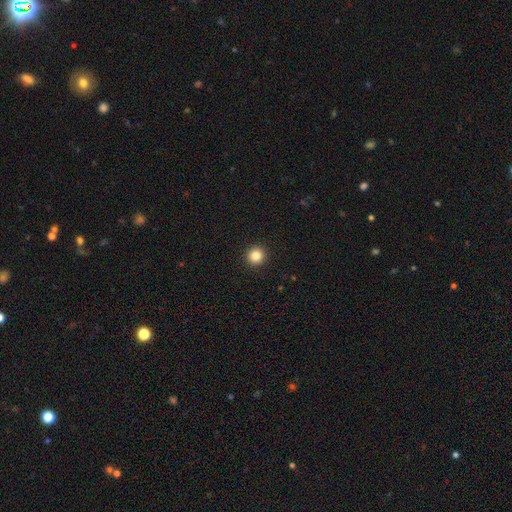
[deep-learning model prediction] smooth_or_featured: smooth (p=0.83) [alt: star or artifact p=0.12]
how_rounded: round (p=0.95) [alt: in between p=0.04]
merging: none (p=0.94) [alt: minor disturbance p=0.04]